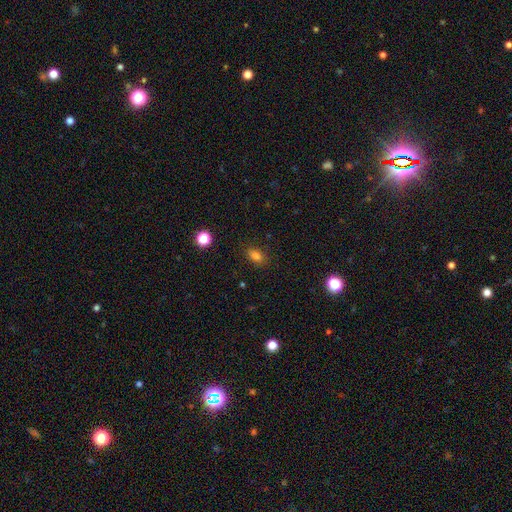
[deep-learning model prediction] Overall: smooth (79%). How rounded: in between (79%). Merging: none (82%).